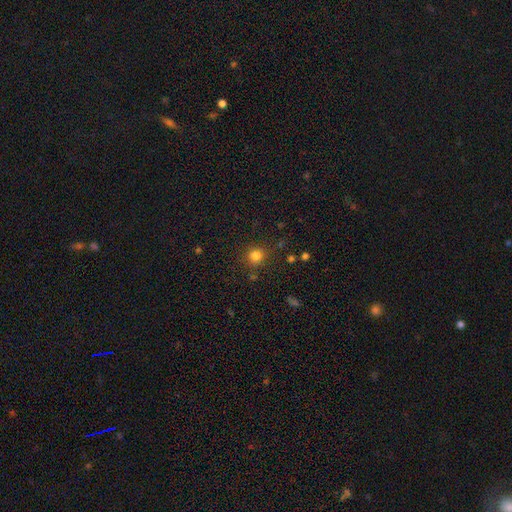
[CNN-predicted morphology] This is clearly a smooth galaxy (80%). How rounded: clearly round (91%). Merging: clearly none (84%).